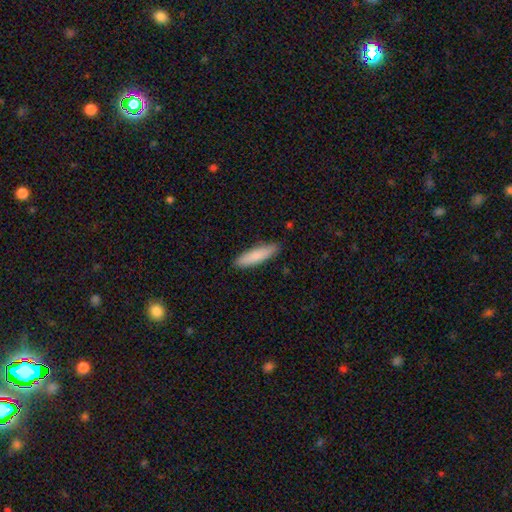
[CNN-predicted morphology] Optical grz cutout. It shows a smooth galaxy with no disk features (83%) that is cigar-shaped (75%). Merging: none (89%).